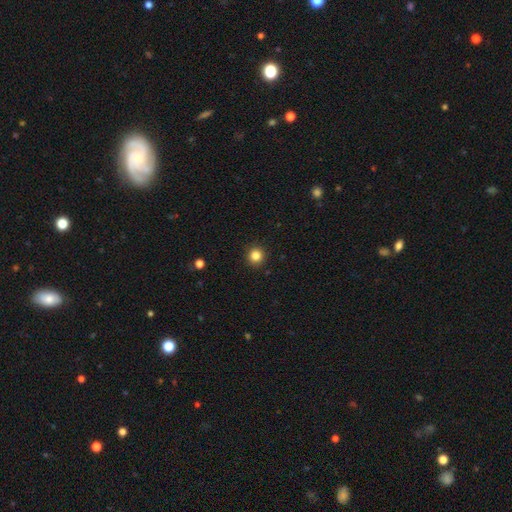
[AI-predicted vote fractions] Smooth or featured? smooth (84%)
How rounded? round (94%)
Merging? none (92%)